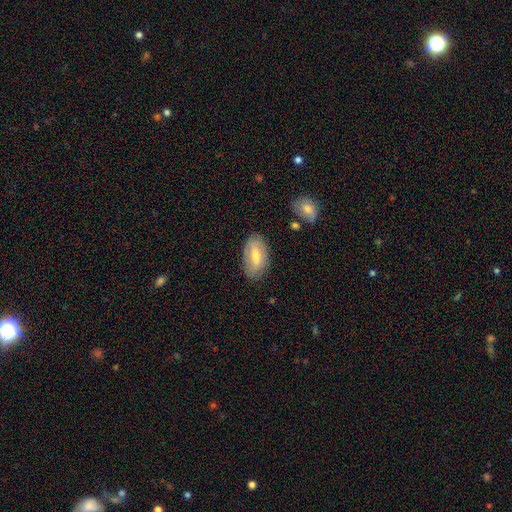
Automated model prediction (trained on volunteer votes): This appears to be a smooth galaxy with no disk features (58%) that is in between round and cigar-shaped (91%). Merging: none (80%).